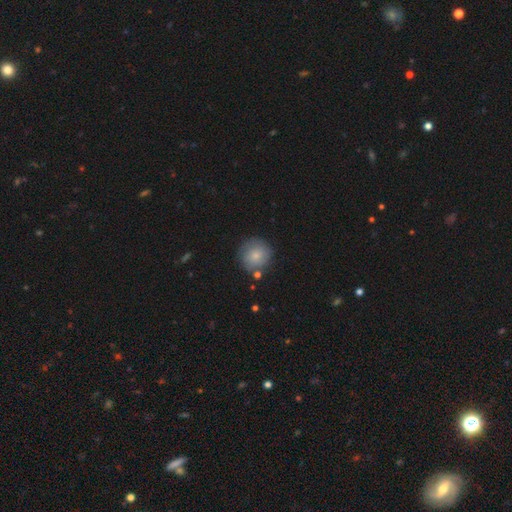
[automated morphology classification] Smooth or featured? Predicted: smooth (p=0.76). How rounded? Predicted: round (p=0.92). Merging? Predicted: none (p=0.76).